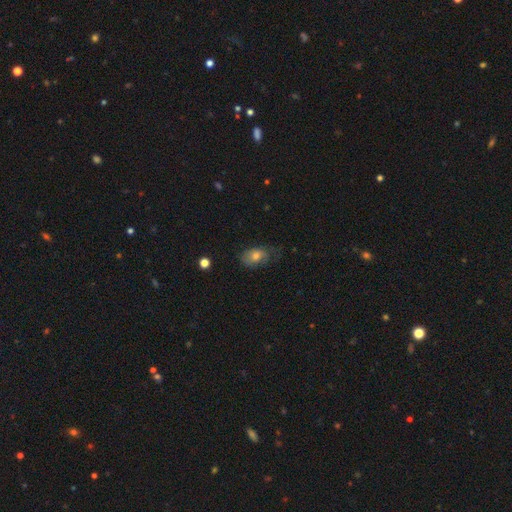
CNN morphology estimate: A smooth galaxy with no disk features (61%) that is in between round and cigar-shaped (81%).

Vote fractions:
- Smooth or featured? smooth: 61% / featured or disk: 28% / star or artifact: 11%
- How rounded? in between: 81% / round: 17% / cigar-shaped: 2%
- Merging? none: 56% / minor disturbance: 29% / major disturbance: 14% / merger: 1%